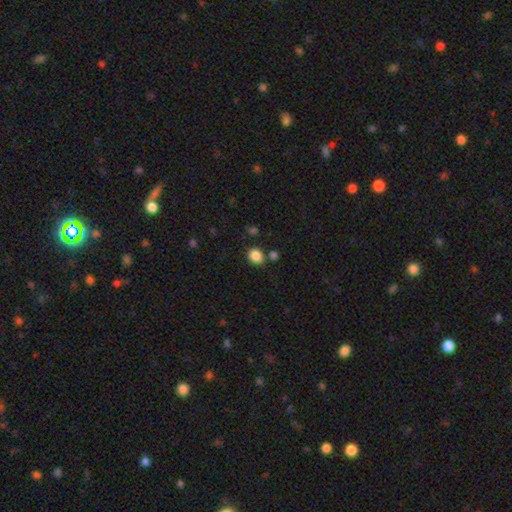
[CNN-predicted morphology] smooth 86%, star or artifact 10%, featured or disk 4%. Down the decision tree: how rounded — round (58%); merging — none (77%).